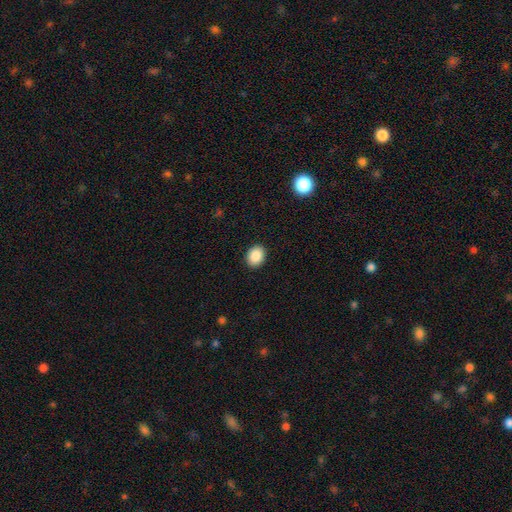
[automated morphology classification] This appears to be a smooth galaxy with no disk features (89%) that is in between round and cigar-shaped (56%). Merging: none (91%).